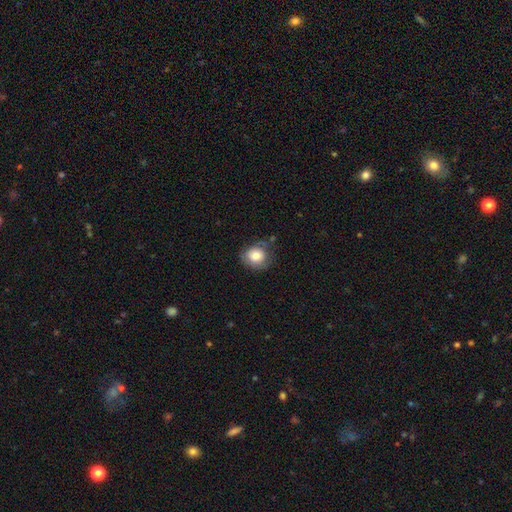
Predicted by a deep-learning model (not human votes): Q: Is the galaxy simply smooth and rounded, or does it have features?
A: smooth — 79%.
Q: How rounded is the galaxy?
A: round — 78%.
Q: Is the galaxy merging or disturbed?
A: none — 63%.